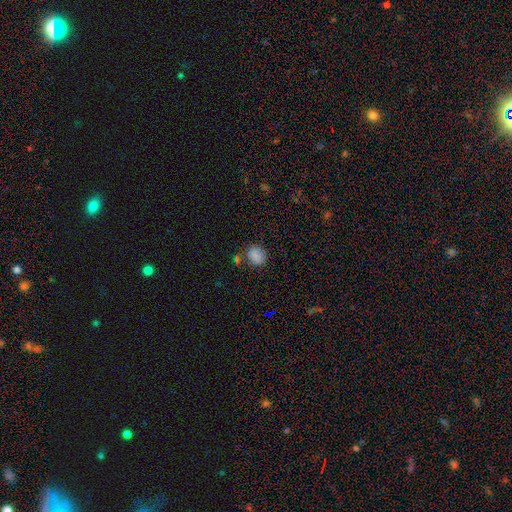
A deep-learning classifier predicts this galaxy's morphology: Smooth or featured? smooth (84%)
How rounded? round (60%)
Merging? none (72%)